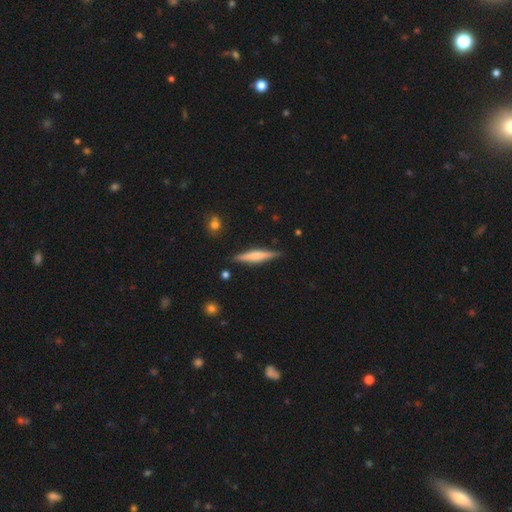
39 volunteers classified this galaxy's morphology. Smooth or featured? featured or disk (64%)
Edge-on disk? yes (100%)
Edge-on bulge? rounded (68%)
Merging? none (86%)